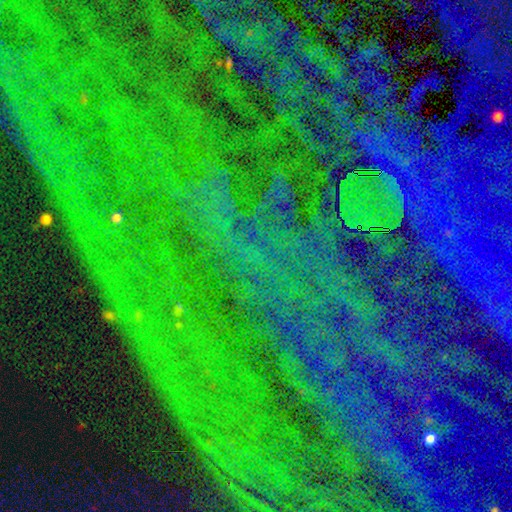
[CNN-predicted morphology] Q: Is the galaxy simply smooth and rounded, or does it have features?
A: star or artifact — 85%.